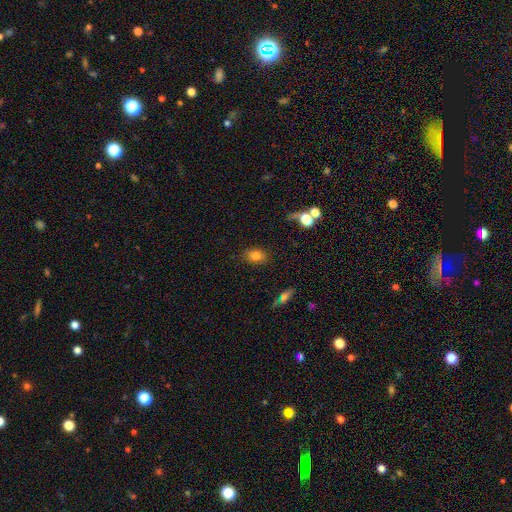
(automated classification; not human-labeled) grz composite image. It shows a smooth galaxy with no disk features (80%) that is in between round and cigar-shaped (71%). Merging: none (78%).